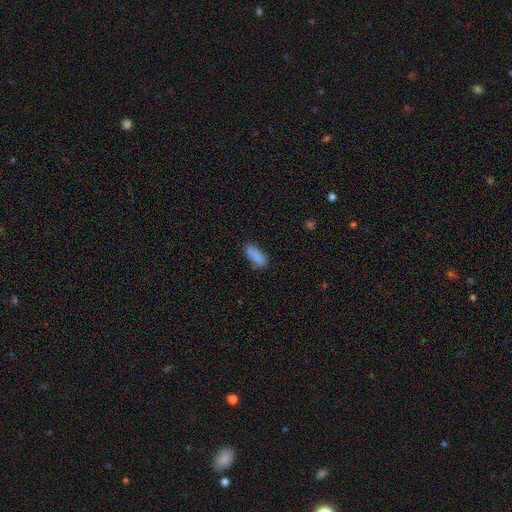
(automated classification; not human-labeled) This appears to be a smooth galaxy with no disk features (86%) that is in between round and cigar-shaped (67%). Merging: none (73%).